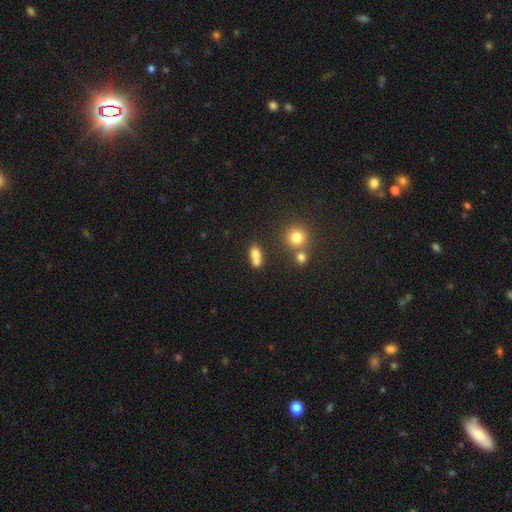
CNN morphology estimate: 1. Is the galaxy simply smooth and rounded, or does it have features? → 75% smooth, 13% star or artifact, 12% featured or disk.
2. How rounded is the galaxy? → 70% in between, 25% round, 5% cigar-shaped.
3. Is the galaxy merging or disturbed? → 46% merger, 37% none, 12% minor disturbance, 6% major disturbance.